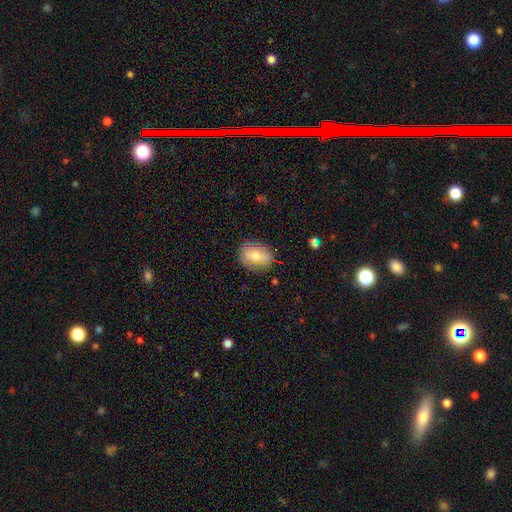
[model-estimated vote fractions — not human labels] A smooth galaxy with no disk features (69%) that is in between round and cigar-shaped (57%). Merging: none (80%).